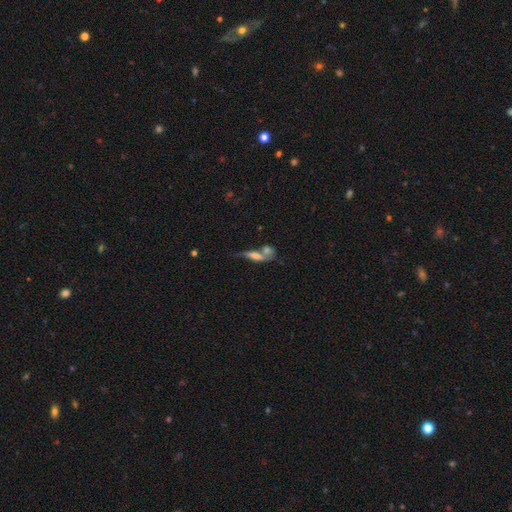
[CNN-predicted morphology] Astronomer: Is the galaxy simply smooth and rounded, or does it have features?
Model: smooth — 52% (runner-up: featured or disk, 38%).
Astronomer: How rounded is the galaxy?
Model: cigar-shaped — 59% (runner-up: in between, 36%).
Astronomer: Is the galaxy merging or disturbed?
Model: merger — 45% (runner-up: none, 31%).